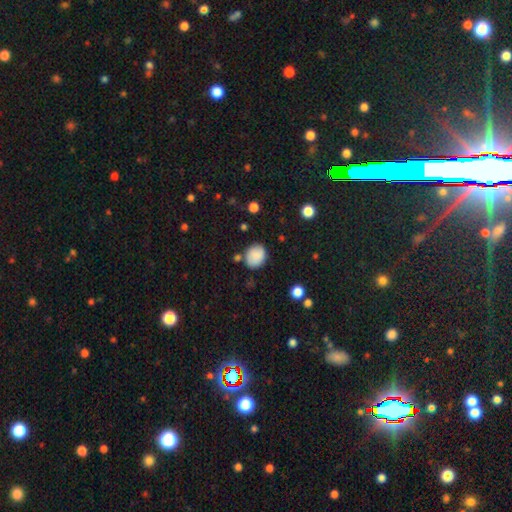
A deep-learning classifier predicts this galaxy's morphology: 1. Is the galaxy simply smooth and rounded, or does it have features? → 85% smooth, 8% star or artifact, 7% featured or disk.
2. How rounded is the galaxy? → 58% round, 42% in between, 1% cigar-shaped.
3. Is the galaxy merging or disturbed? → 75% none, 16% minor disturbance, 6% merger, 4% major disturbance.